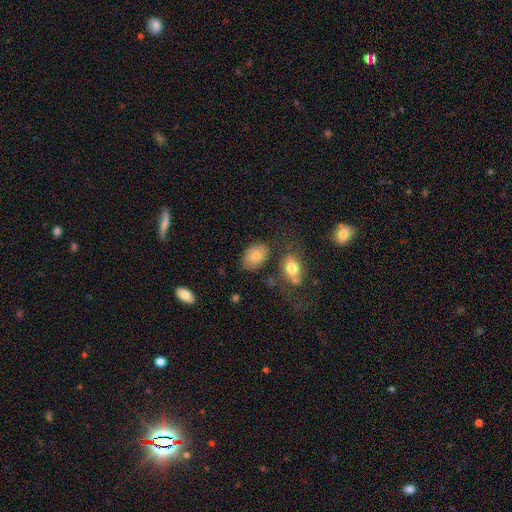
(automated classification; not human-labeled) Smooth or featured? smooth (81%)
How rounded? in between (86%)
Merging? none (70%)